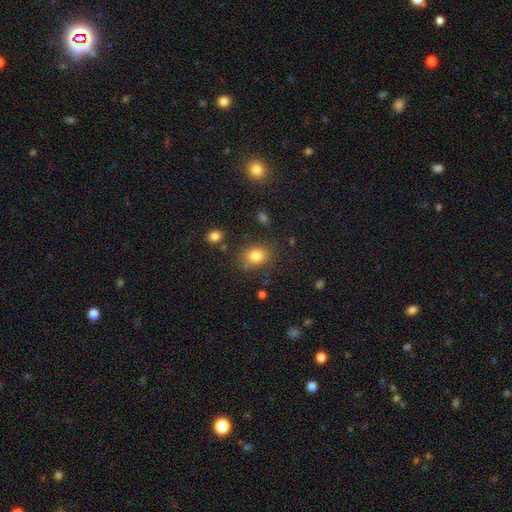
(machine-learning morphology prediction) type=smooth (81%); roundness=round (54%); merging=none (77%).